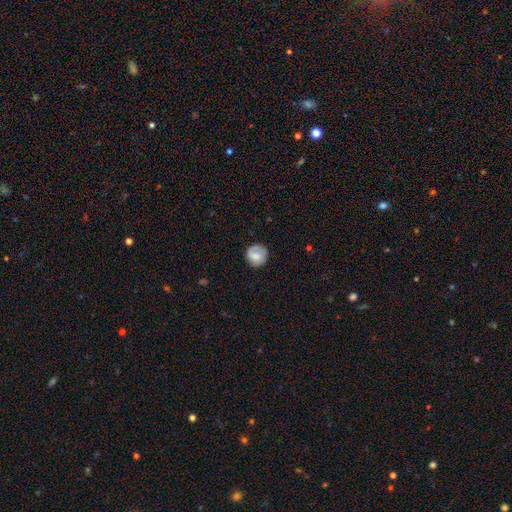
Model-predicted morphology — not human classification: Smooth or featured? Predicted: smooth (p=0.69). How rounded? Predicted: round (p=0.91). Merging? Predicted: none (p=0.78).